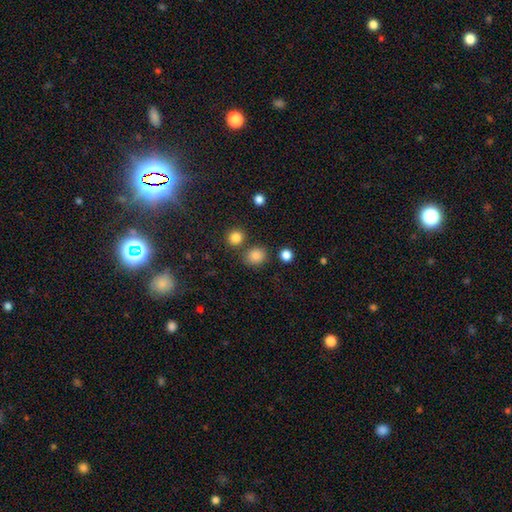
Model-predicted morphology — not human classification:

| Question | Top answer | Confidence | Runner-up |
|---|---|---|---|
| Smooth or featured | smooth | 84% | star or artifact (12%) |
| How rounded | round | 71% | in between (28%) |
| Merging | none | 75% | minor disturbance (11%) |